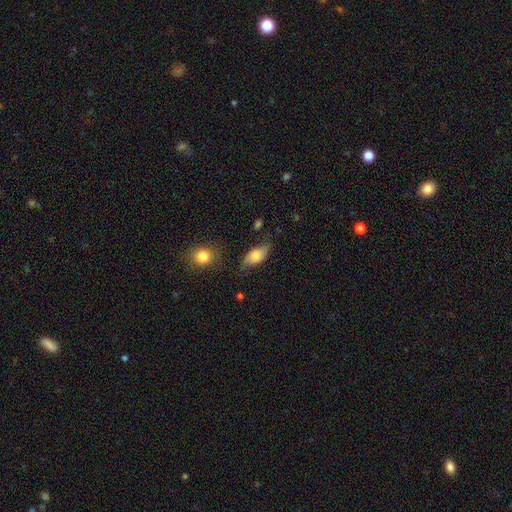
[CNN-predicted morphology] Smooth or featured: smooth — 69% (featured or disk — 24%)
How rounded: in between — 88% (cigar-shaped — 8%)
Merging: none — 64% (minor disturbance — 25%)